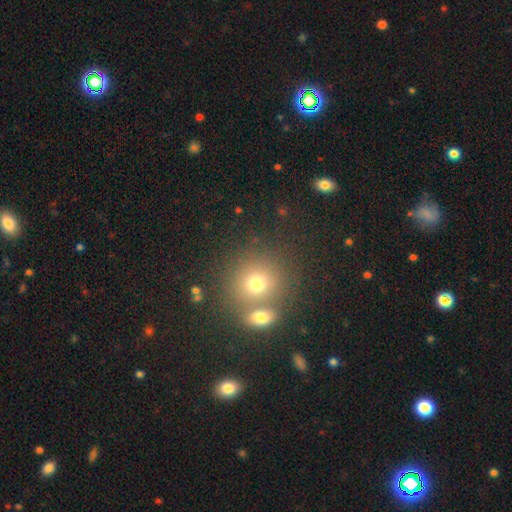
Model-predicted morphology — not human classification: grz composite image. It shows a smooth galaxy with no disk features (58%) that is round (89%). Merging: none (68%).